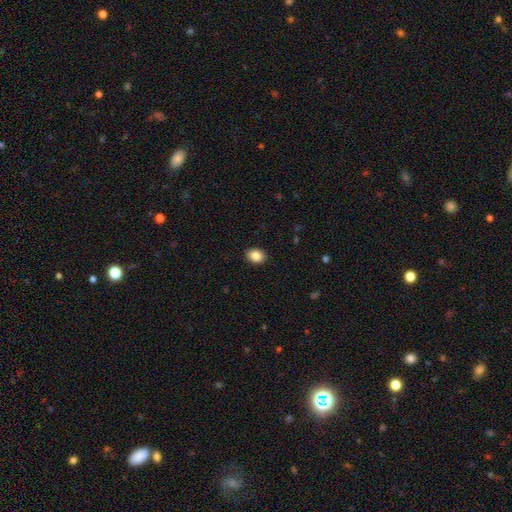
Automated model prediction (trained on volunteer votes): The model was most divided on "how rounded": in between: 65%, round: 34%, cigar-shaped: 1%. More confident: merging — none (90%); smooth or featured — smooth (86%).